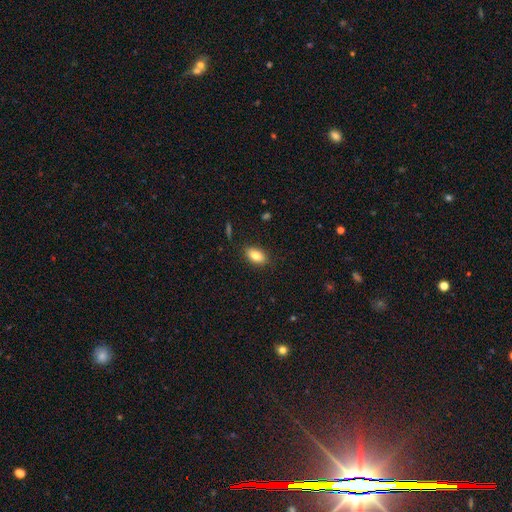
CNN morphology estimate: The model was most divided on "smooth or featured": smooth: 83%, featured or disk: 9%, star or artifact: 8%. More confident: how rounded — in between (90%); merging — none (87%).